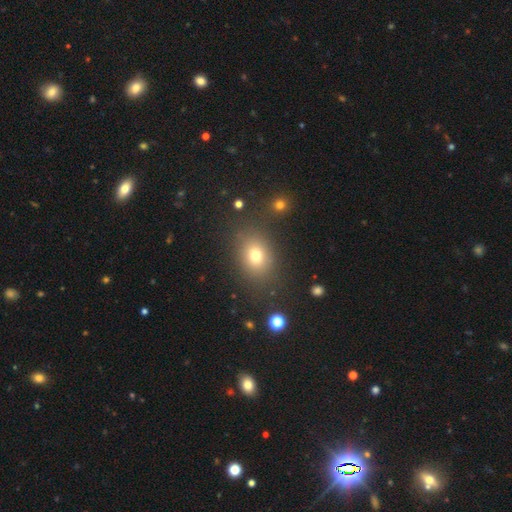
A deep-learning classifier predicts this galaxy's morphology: This is likely a smooth galaxy (74%). How rounded: possibly in between (56%). Merging: clearly none (81%).